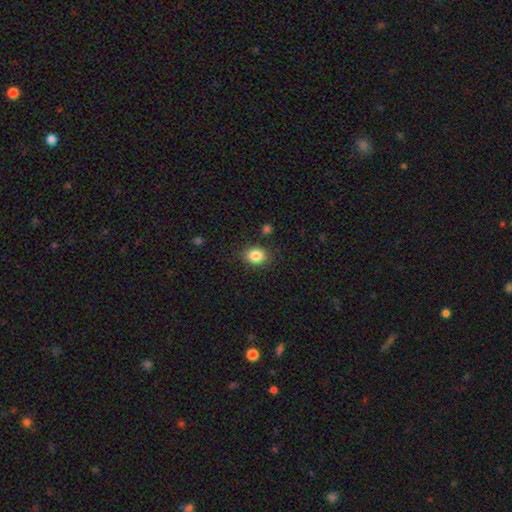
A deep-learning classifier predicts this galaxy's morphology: Smooth or featured?
  - smooth: 85% *
  - star or artifact: 10%
  - featured or disk: 6%
How rounded?
  - in between: 52% *
  - round: 47%
  - cigar-shaped: 1%
Merging?
  - none: 84% *
  - minor disturbance: 11%
  - major disturbance: 3%
  - merger: 2%